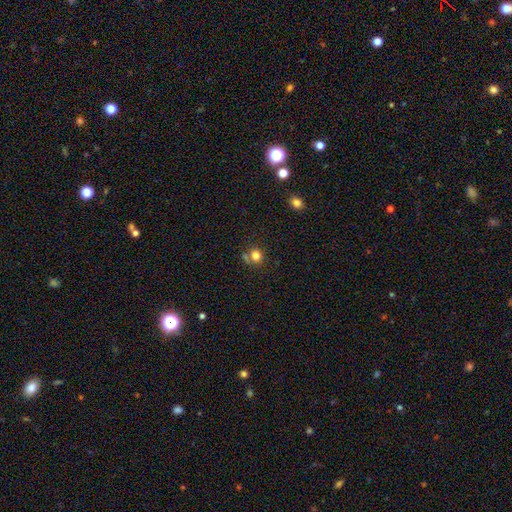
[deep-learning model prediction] A smooth galaxy with no disk features (76%) that is round (86%). Merging: none (65%).